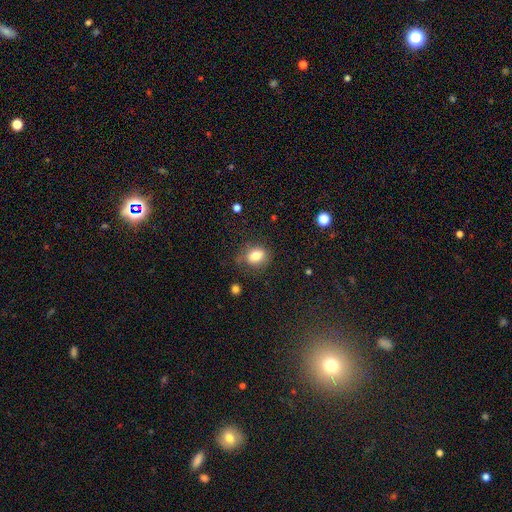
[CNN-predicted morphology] type=smooth (81%); roundness=in between (56%); merging=none (72%).